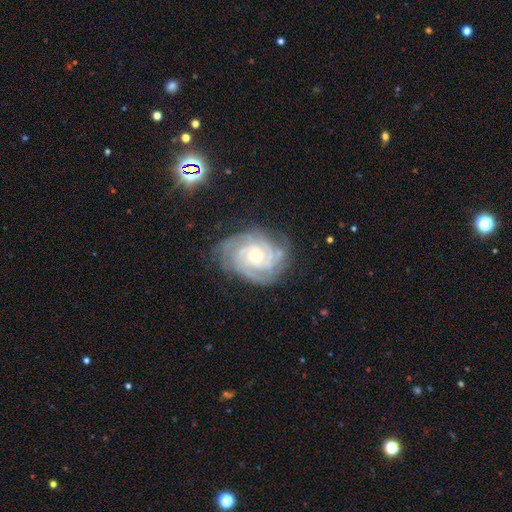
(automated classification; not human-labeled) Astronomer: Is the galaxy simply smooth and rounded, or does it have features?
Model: featured or disk — 89%.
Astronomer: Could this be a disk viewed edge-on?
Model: no — 97%.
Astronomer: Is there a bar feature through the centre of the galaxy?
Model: no — 76%.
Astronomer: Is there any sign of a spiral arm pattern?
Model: yes — 98%.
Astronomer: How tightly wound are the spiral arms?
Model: tight — 76%.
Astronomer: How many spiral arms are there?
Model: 4 — 27% (runner-up: 3, 25%).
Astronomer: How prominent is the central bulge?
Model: small — 55% (runner-up: moderate, 42%).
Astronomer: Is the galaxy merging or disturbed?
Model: none — 75%.